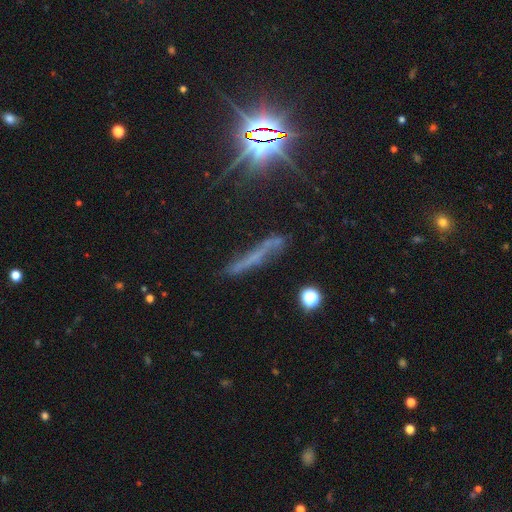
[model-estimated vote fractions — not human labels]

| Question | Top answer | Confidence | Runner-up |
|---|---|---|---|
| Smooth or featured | featured or disk | 41% | star or artifact (31%) |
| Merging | none | 62% | minor disturbance (23%) |